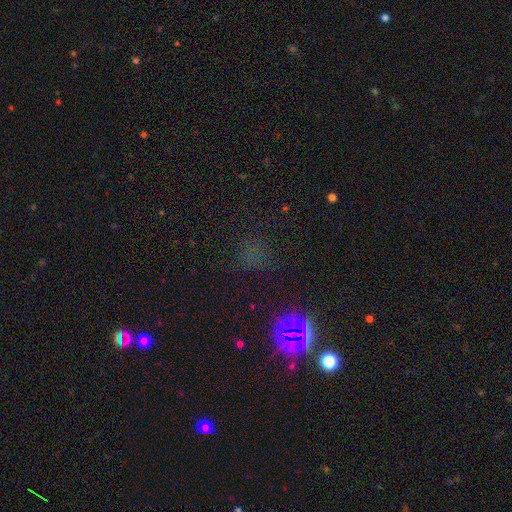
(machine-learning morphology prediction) The model was most divided on "smooth or featured": star or artifact: 59%, smooth: 31%, featured or disk: 10%.